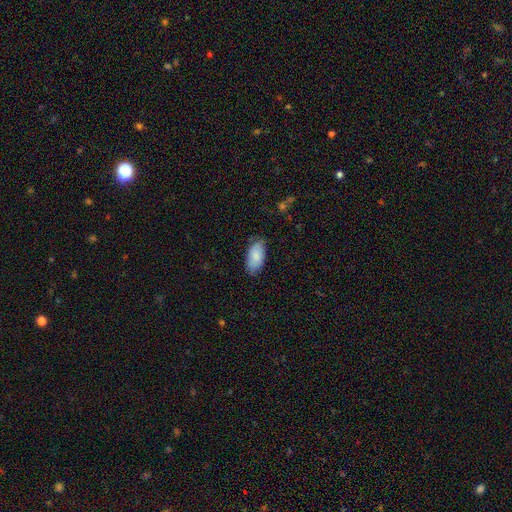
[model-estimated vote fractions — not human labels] Morphology: type=smooth (83%); roundness=in between (94%); merging=none (76%).